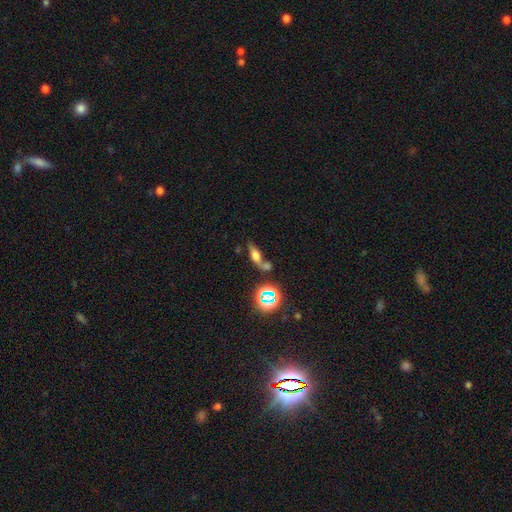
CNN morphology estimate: The model was most divided on "merging": none: 43%, merger: 37%, minor disturbance: 13%, major disturbance: 8%. Remaining: smooth or featured — smooth (49%).